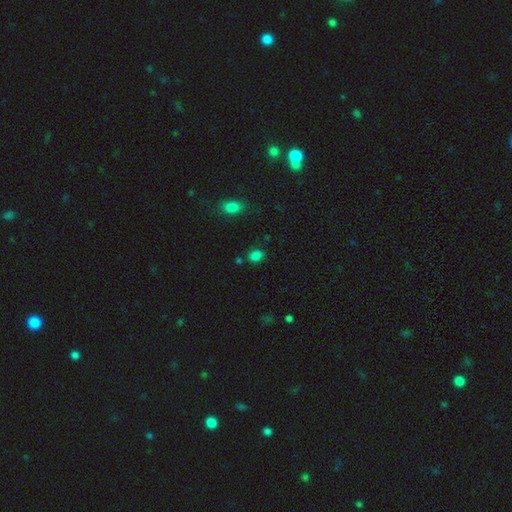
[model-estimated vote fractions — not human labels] Q: Smooth or featured?
A: smooth (81%); runner-up: star or artifact (15%)
Q: How rounded?
A: in between (55%); runner-up: round (44%)
Q: Merging?
A: none (78%); runner-up: minor disturbance (12%)